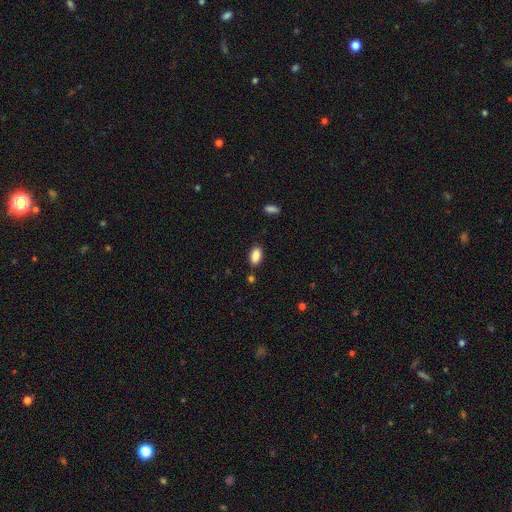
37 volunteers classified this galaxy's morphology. A smooth galaxy with no disk features (92%) that is in between round and cigar-shaped (85%). Merging: none (72%).